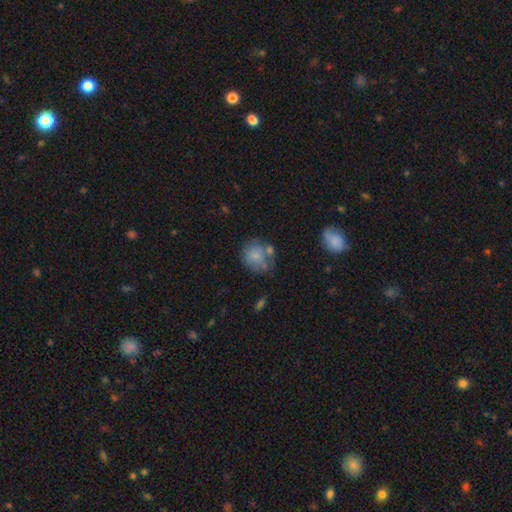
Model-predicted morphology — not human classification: This appears to be a smooth galaxy with no disk features (71%) that is round (74%). Merging: none (47%).